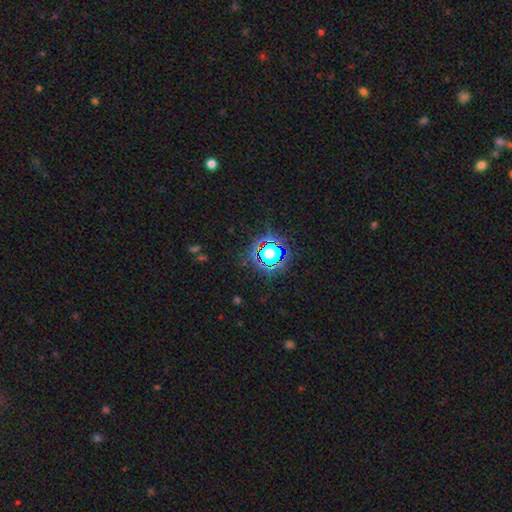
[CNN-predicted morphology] This appears to be a star or artifact, not a galaxy (77%).